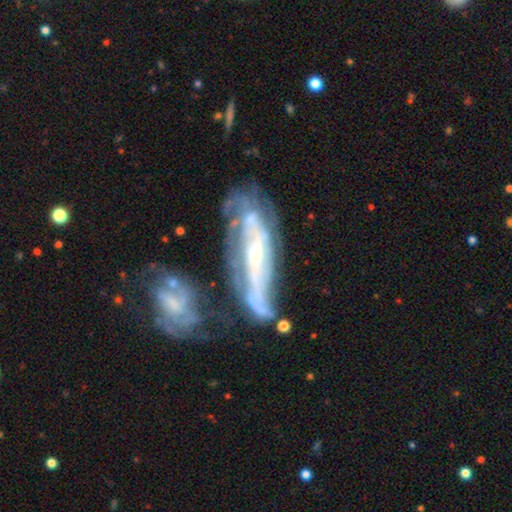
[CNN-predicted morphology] The model was most divided on "merging": none: 38%, merger: 29%, minor disturbance: 18%, major disturbance: 16%. Remaining: smooth or featured — featured or disk (78%); spiral arms — yes (77%); edge-on disk — no (76%); bulge size — small (54%); bar — no (43%).